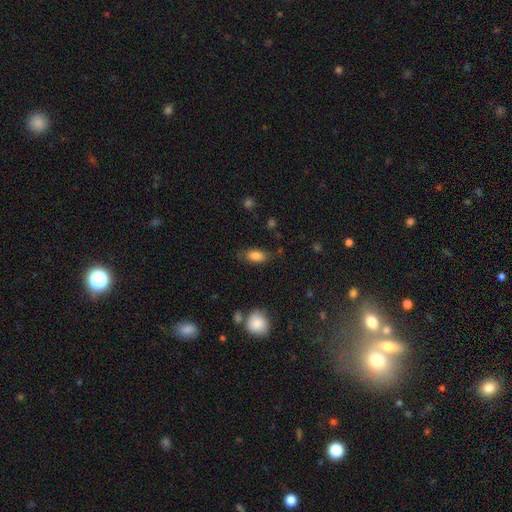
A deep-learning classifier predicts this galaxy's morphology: This appears to be a smooth galaxy with no disk features (84%) that is in between round and cigar-shaped (89%). Merging: none (74%).